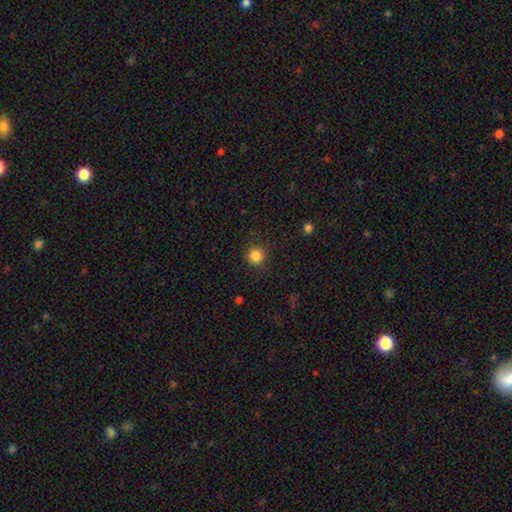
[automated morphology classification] smooth 85%, star or artifact 11%, featured or disk 4%. Down the decision tree: how rounded — round (94%); merging — none (89%).